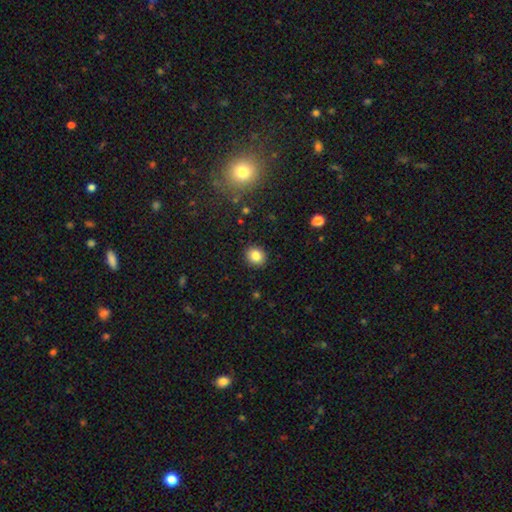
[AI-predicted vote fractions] The model was most divided on "how rounded": round: 76%, in between: 24%, cigar-shaped: 1%. More confident: merging — none (90%); smooth or featured — smooth (84%).